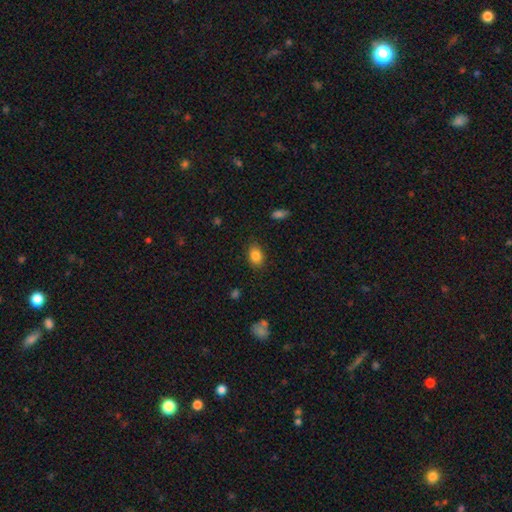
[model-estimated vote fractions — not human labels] smooth_or_featured: smooth (p=0.85) [alt: star or artifact p=0.09]
how_rounded: in between (p=0.75) [alt: round p=0.24]
merging: none (p=0.84) [alt: minor disturbance p=0.12]